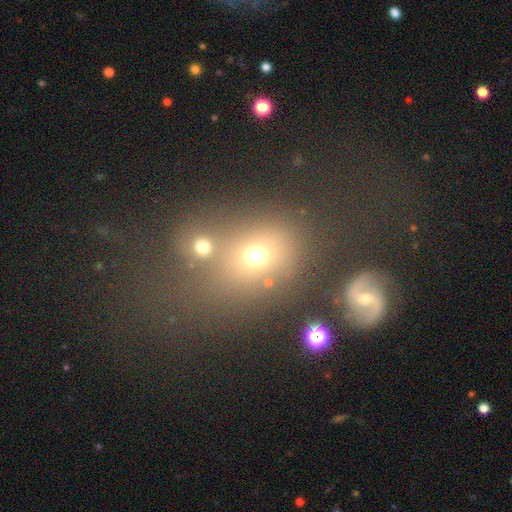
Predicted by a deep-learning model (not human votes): Smooth or featured: smooth — 67% (star or artifact — 20%)
How rounded: round — 62% (in between — 37%)
Merging: none — 49% (merger — 33%)